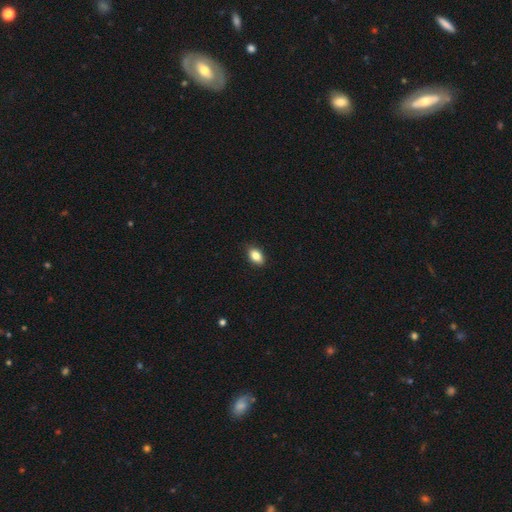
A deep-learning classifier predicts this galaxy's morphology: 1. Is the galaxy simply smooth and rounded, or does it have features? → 84% smooth, 8% star or artifact, 7% featured or disk.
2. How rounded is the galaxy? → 88% in between, 10% round, 3% cigar-shaped.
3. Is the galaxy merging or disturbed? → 88% none, 9% minor disturbance, 2% major disturbance, 1% merger.